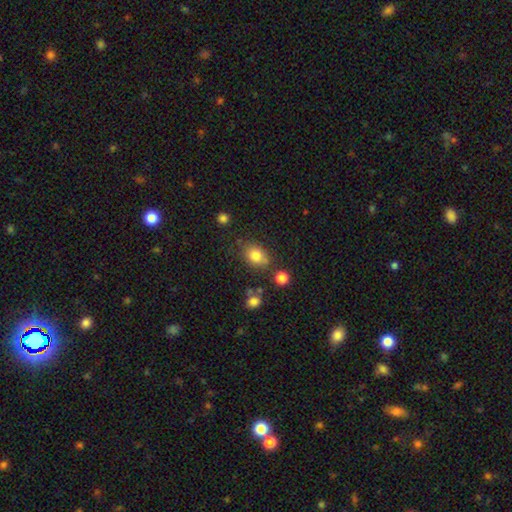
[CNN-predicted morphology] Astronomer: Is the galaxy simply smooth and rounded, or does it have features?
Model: smooth — 81%.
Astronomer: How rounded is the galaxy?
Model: in between — 62% (runner-up: round, 37%).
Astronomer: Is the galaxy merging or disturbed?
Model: none — 68%.